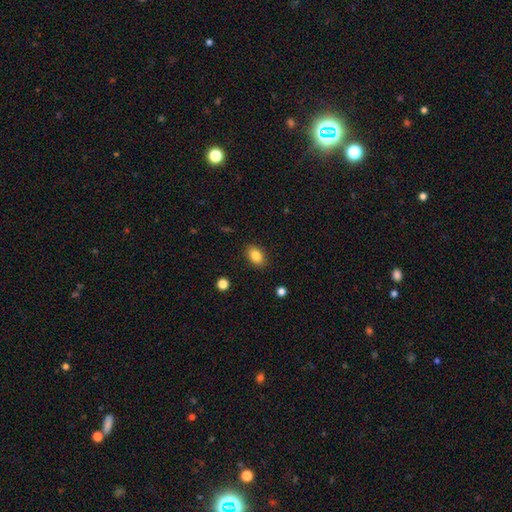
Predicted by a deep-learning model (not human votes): smooth_or_featured: smooth (p=0.84) [alt: star or artifact p=0.09]
how_rounded: in between (p=0.83) [alt: round p=0.15]
merging: none (p=0.88) [alt: minor disturbance p=0.09]